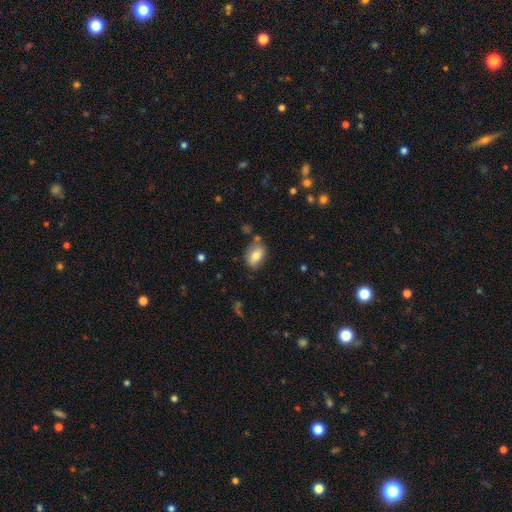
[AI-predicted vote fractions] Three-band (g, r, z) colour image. It shows a smooth galaxy with no disk features (76%) that is in between round and cigar-shaped (86%). Merging: none (74%).